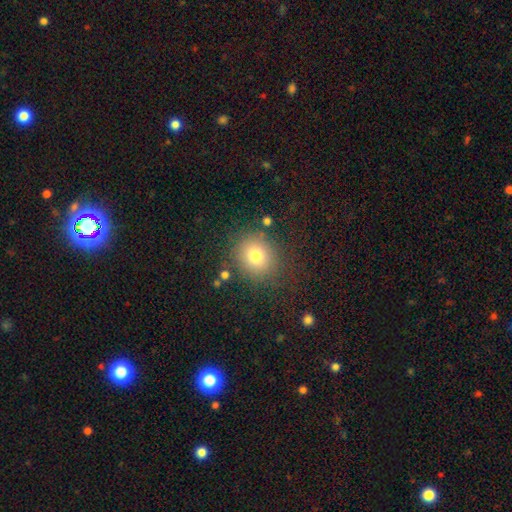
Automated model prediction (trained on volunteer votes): Q: Smooth or featured?
A: smooth (77%); runner-up: star or artifact (12%)
Q: How rounded?
A: round (78%); runner-up: in between (22%)
Q: Merging?
A: none (80%); runner-up: minor disturbance (12%)